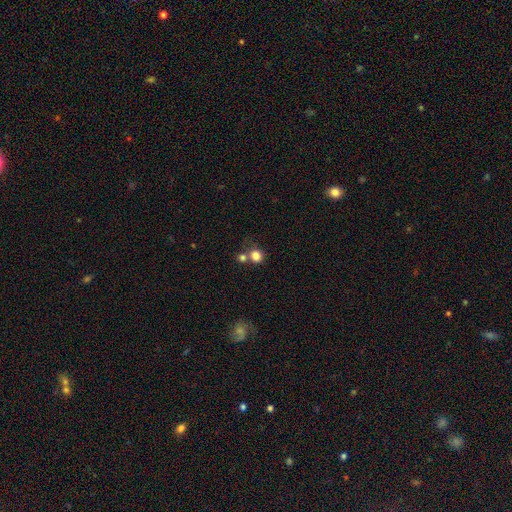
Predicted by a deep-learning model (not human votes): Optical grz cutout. It shows a smooth galaxy with no disk features (82%) that is round (82%). Merging: none (54%).